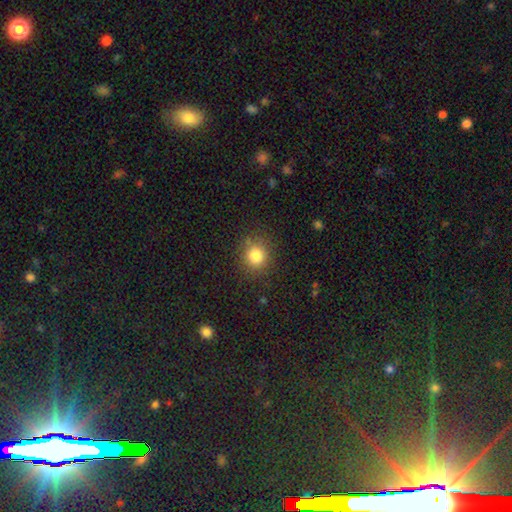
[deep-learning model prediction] smooth-or-featured: smooth: 82% | star or artifact: 12% | featured or disk: 6%
  how-rounded: round: 87% | in between: 12% | cigar-shaped: 1%
  merging: none: 86% | minor disturbance: 9% | major disturbance: 4% | merger: 1%